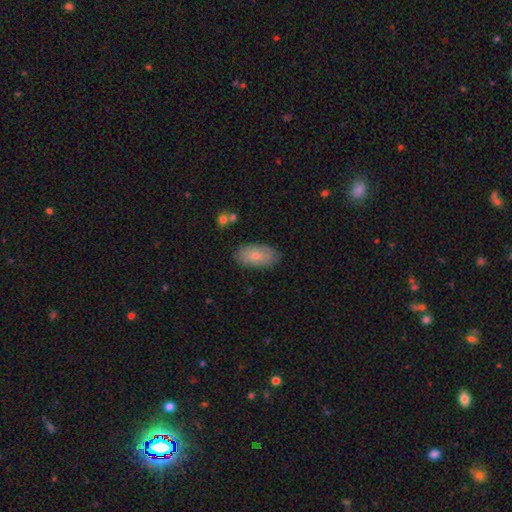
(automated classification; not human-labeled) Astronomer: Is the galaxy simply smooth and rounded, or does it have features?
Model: smooth — 78%.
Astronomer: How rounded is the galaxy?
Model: in between — 93%.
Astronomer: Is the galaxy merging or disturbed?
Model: none — 82%.